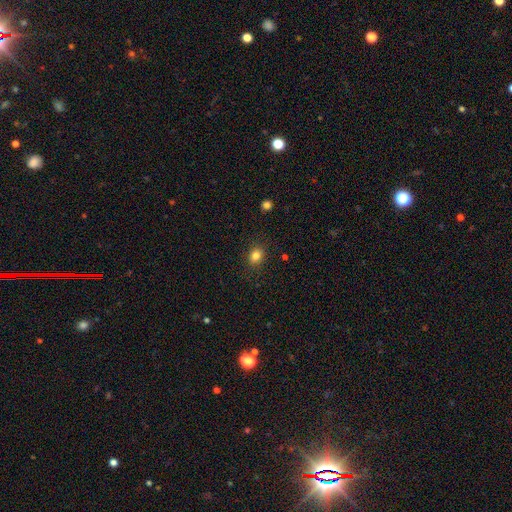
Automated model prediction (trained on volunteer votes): This appears to be a smooth galaxy with no disk features (83%) that is round (58%). Merging: none (88%).